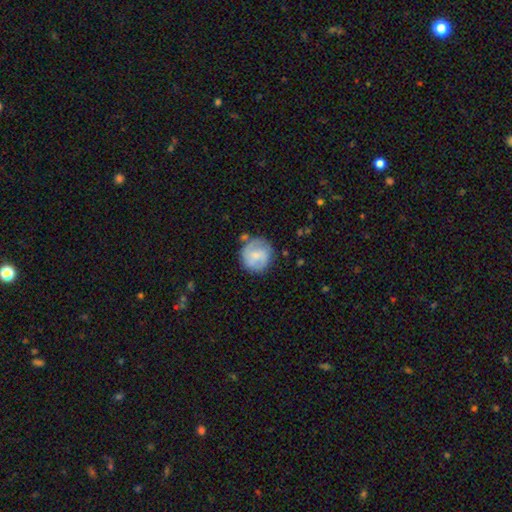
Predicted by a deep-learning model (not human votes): The model was most divided on "smooth or featured": smooth: 49%, featured or disk: 45%, star or artifact: 6%. More confident: merging — none (70%).